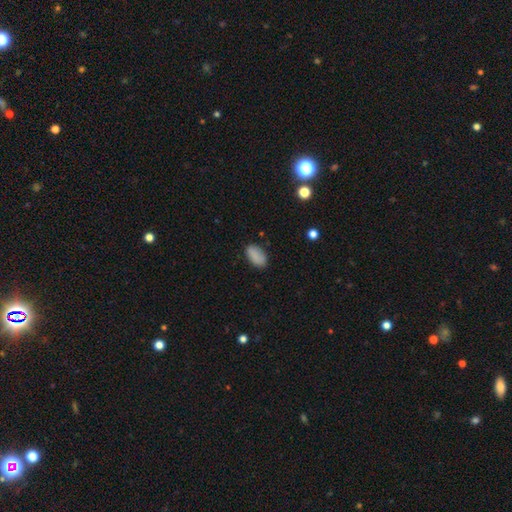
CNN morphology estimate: A smooth galaxy with no disk features (87%) that is in between round and cigar-shaped (93%). Merging: none (83%).